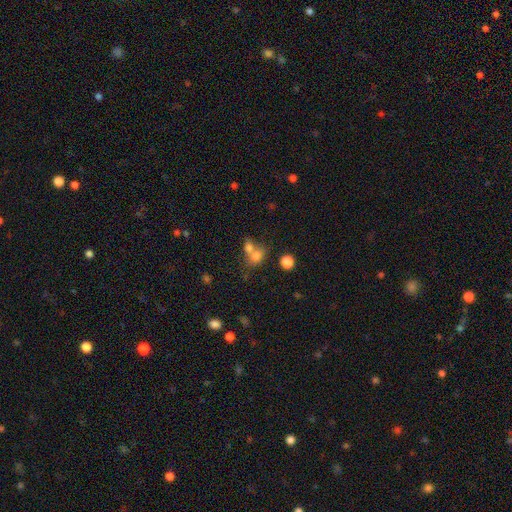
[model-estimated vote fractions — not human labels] Q: Smooth or featured?
A: smooth (73%); runner-up: star or artifact (14%)
Q: How rounded?
A: round (51%); runner-up: in between (47%)
Q: Merging?
A: merger (57%); runner-up: none (30%)